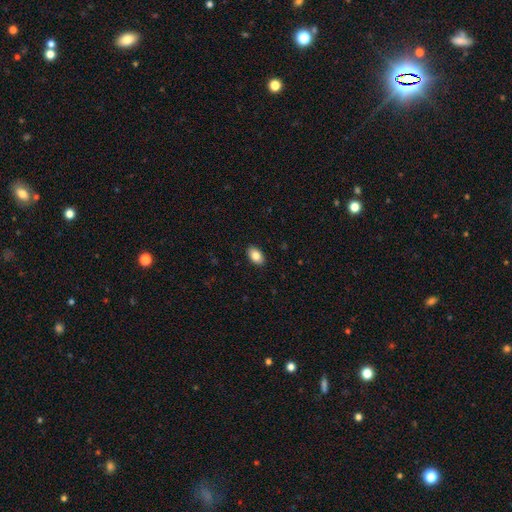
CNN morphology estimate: This appears to be a smooth galaxy with no disk features (85%) that is in between round and cigar-shaped (91%). Merging: none (90%).